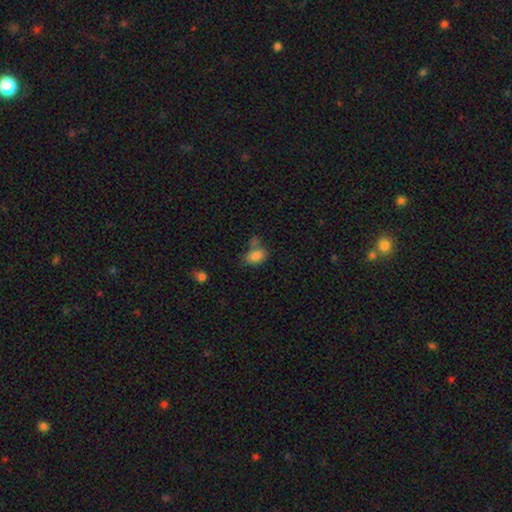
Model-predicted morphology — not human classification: type=smooth (83%); roundness=in between (85%); merging=none (48%).